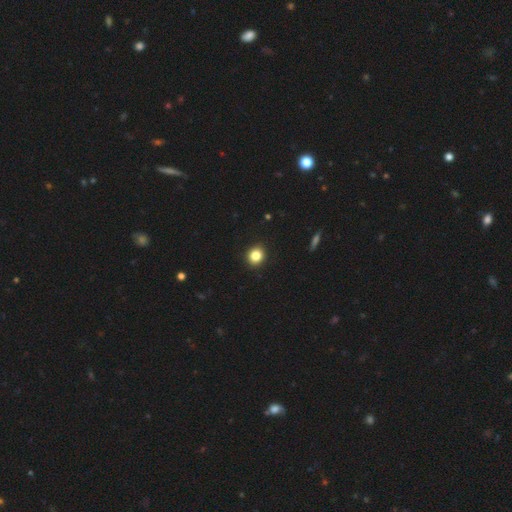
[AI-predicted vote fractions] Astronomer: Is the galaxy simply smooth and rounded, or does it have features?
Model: smooth — 84%.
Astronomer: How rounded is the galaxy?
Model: round — 80%.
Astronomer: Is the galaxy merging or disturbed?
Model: none — 92%.